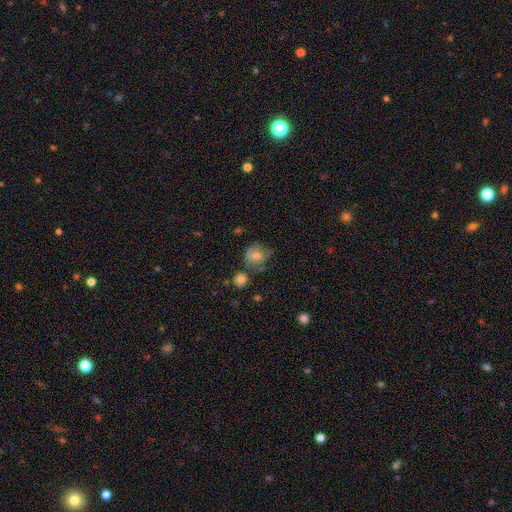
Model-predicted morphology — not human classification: A smooth galaxy with no disk features (46%).

Vote fractions:
- Smooth or featured? smooth: 46% / featured or disk: 41% / star or artifact: 12%
- Merging? none: 58% / minor disturbance: 23% / major disturbance: 11% / merger: 8%